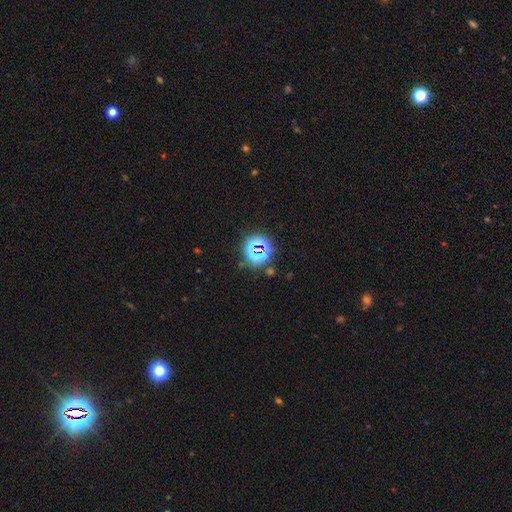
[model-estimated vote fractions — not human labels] Smooth or featured? Predicted: star or artifact (p=0.76).